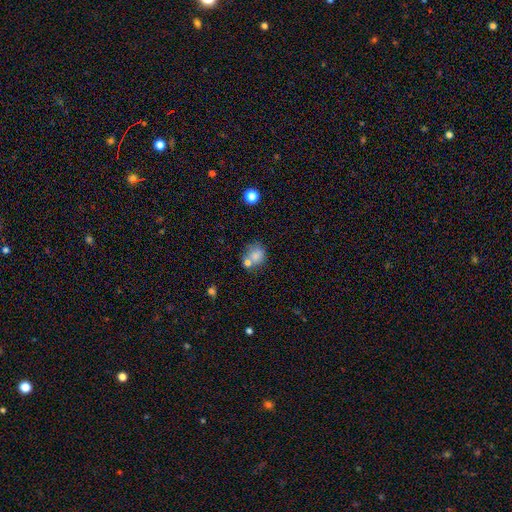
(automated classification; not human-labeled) The model was most divided on "merging": none: 48%, merger: 30%, minor disturbance: 15%, major disturbance: 7%. More confident: smooth or featured — smooth (77%); how rounded — round (70%).